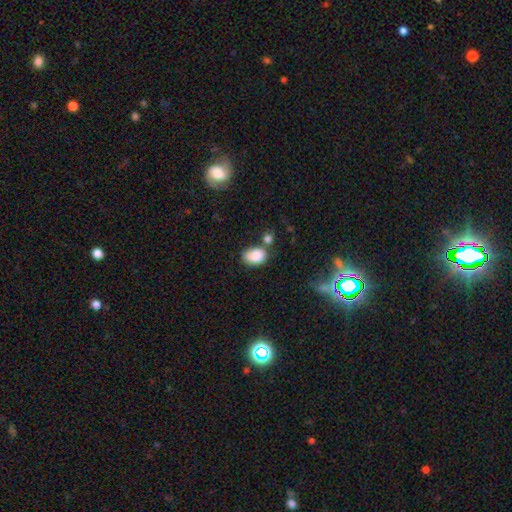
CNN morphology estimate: This appears to be a smooth galaxy with no disk features (85%) that is in between round and cigar-shaped (81%). Merging: none (52%).